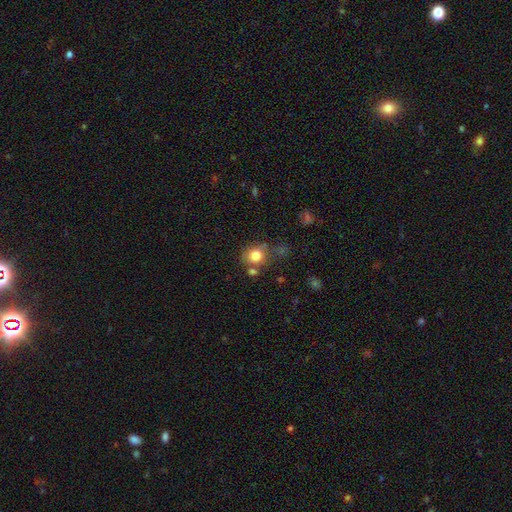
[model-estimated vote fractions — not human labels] The model was most divided on "merging": none: 59%, minor disturbance: 18%, merger: 16%, major disturbance: 7%. More confident: smooth or featured — smooth (80%); how rounded — round (75%).